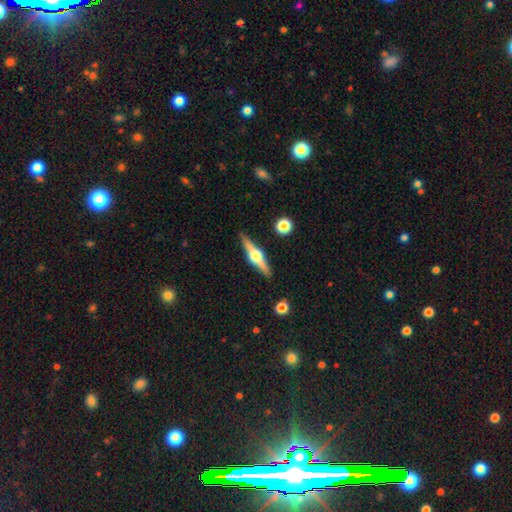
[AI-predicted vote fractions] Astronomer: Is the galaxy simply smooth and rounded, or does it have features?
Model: featured or disk — 77%.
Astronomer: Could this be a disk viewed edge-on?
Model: yes — 98%.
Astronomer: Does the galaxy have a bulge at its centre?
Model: rounded — 95%.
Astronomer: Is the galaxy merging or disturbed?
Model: none — 90%.